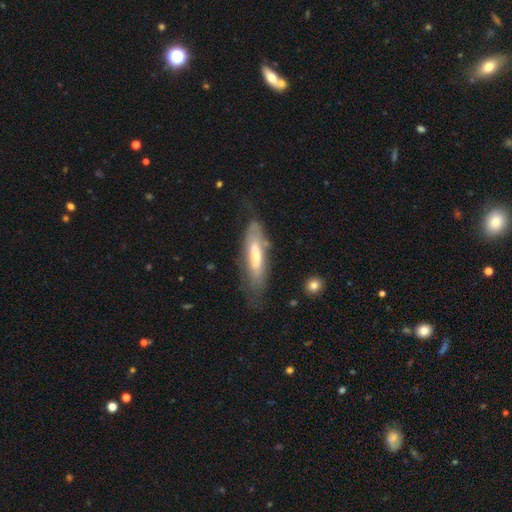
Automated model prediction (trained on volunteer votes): This is possibly a featured or disk galaxy (53%). It is possibly viewed edge-on (52%). Merging: likely none (63%).